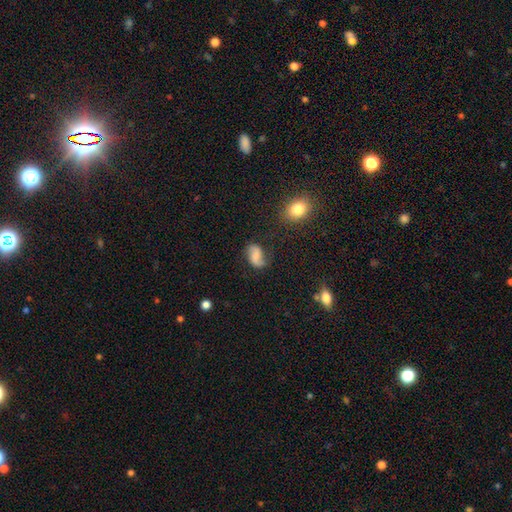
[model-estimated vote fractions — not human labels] smooth_or_featured: featured or disk (p=0.54) [alt: smooth p=0.36]
disk_edge_on: no (p=0.97) [alt: yes p=0.03]
bar: no (p=0.47) [alt: weak p=0.39]
has_spiral_arms: yes (p=0.91) [alt: no p=0.09]
bulge_size: none (p=0.47) [alt: small p=0.27]
merging: none (p=0.67) [alt: minor disturbance p=0.21]